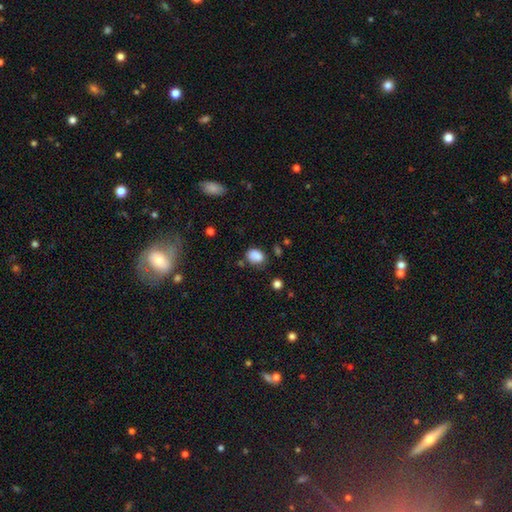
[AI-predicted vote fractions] A smooth galaxy with no disk features (85%) that is in between round and cigar-shaped (66%).

Vote fractions:
- Smooth or featured? smooth: 85% / star or artifact: 10% / featured or disk: 5%
- How rounded? in between: 66% / round: 33% / cigar-shaped: 1%
- Merging? none: 65% / minor disturbance: 24% / major disturbance: 6% / merger: 4%